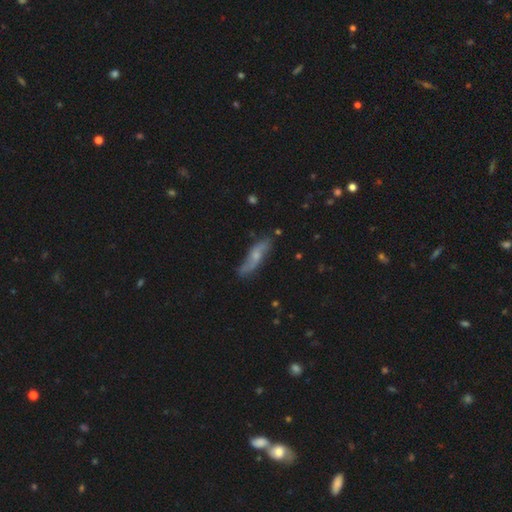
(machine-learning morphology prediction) A featured or disk galaxy (54%). Merging: none (73%).